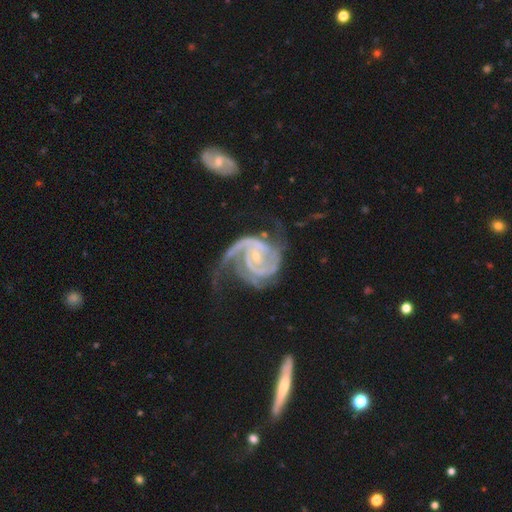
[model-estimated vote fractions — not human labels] smooth-or-featured: featured or disk: 93% | star or artifact: 4% | smooth: 3%
  disk-edge-on: no: 98% | yes: 2%
    bar: no: 49% | weak: 35% | strong: 16%
    has-spiral-arms: yes: 98% | no: 2%
      spiral-winding: tight: 45% | medium: 44% | loose: 11%
      spiral-arm-count: 2: 64% | 3: 16% | can't tell: 7% | 1: 5% | 4: 4% | more than 4: 4%
    bulge-size: small: 75% | moderate: 21% | none: 1% | large: 1% | dominant: 1%
  merging: none: 45% | major disturbance: 28% | minor disturbance: 23% | merger: 4%